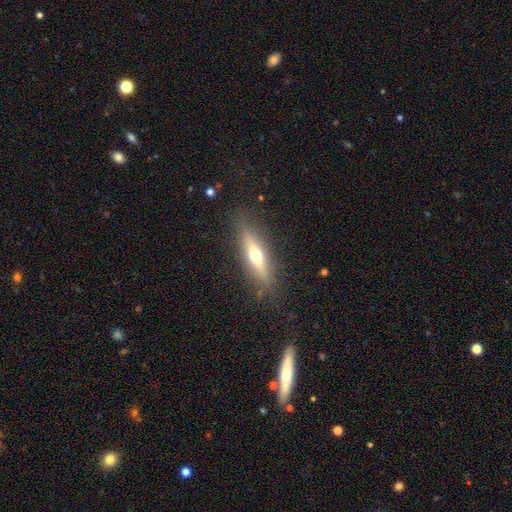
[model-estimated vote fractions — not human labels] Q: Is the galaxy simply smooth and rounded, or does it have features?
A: featured or disk — 52%.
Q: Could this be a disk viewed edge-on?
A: yes — 88%.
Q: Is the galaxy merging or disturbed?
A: none — 86%.